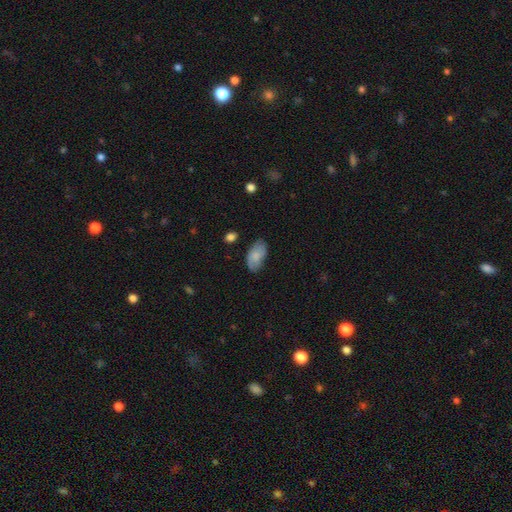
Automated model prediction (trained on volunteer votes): A smooth galaxy with no disk features (76%) that is in between round and cigar-shaped (94%). Merging: none (70%).